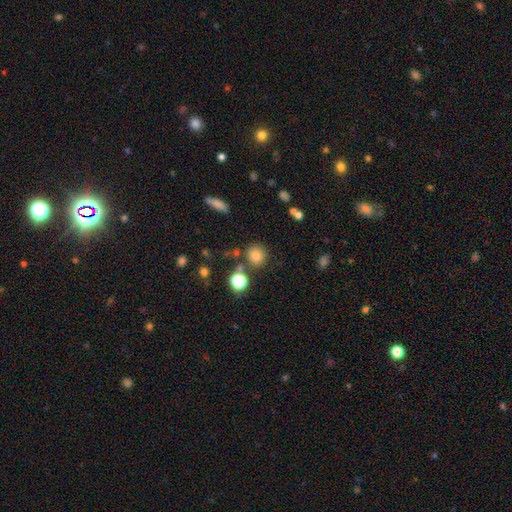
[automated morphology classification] Smooth or featured?
  - smooth: 79% *
  - star or artifact: 14%
  - featured or disk: 7%
How rounded?
  - round: 88% *
  - in between: 11%
  - cigar-shaped: 1%
Merging?
  - none: 81% *
  - minor disturbance: 9%
  - merger: 7%
  - major disturbance: 3%